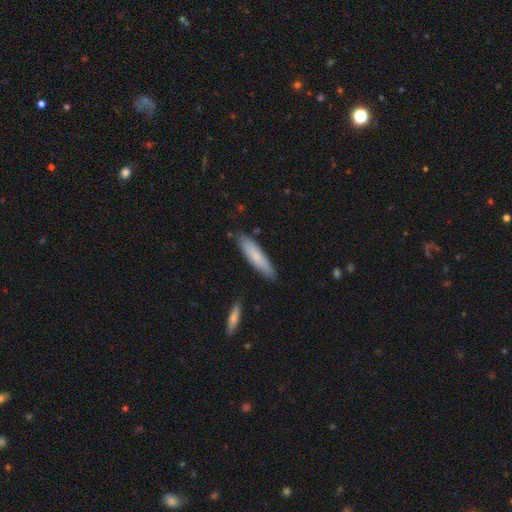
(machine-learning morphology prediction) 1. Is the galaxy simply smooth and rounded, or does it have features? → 75% smooth, 19% featured or disk, 6% star or artifact.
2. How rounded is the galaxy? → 77% cigar-shaped, 21% in between, 1% round.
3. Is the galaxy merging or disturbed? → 84% none, 12% minor disturbance, 2% merger, 2% major disturbance.